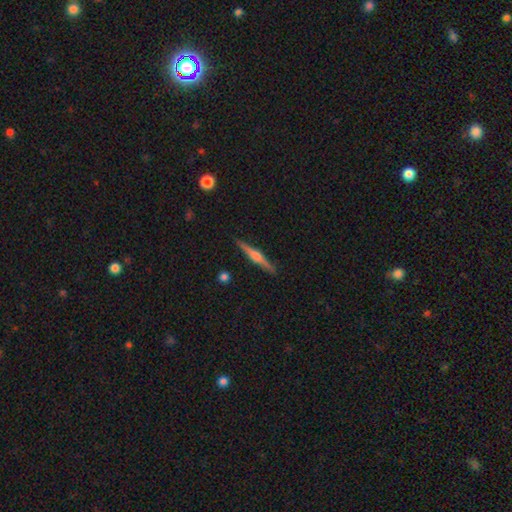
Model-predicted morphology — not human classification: This appears to be a featured or disk galaxy (73%) viewed edge-on (98%) with a rounded central bulge (81%). Merging: none (91%).